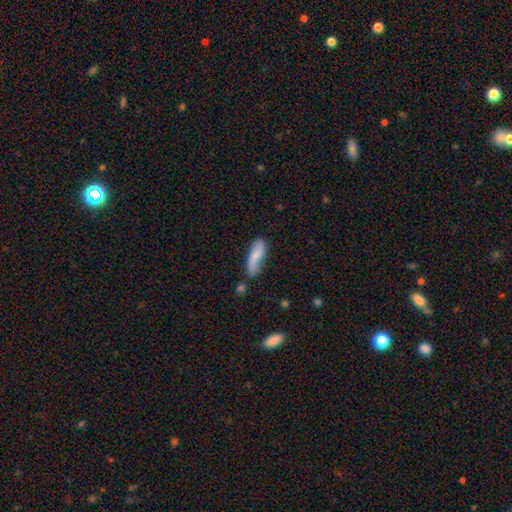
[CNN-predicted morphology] Smooth or featured? Predicted: smooth (p=0.69). How rounded? Predicted: cigar-shaped (p=0.50). Merging? Predicted: none (p=0.57).